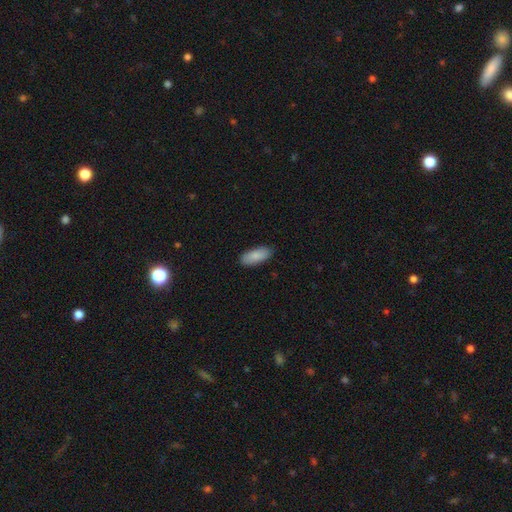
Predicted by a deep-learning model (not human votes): Smooth or featured? Predicted: smooth (p=0.88). How rounded? Predicted: in between (p=0.85). Merging? Predicted: none (p=0.88).